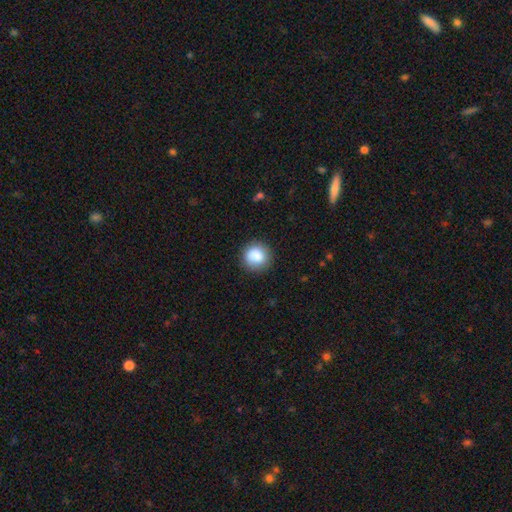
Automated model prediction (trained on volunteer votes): Overall: smooth (87%). How rounded: round (92%). Merging: none (87%).